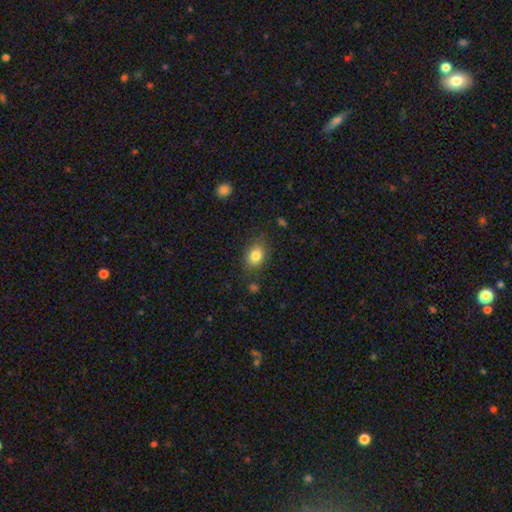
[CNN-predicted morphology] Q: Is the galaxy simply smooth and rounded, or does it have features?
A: smooth — 83%.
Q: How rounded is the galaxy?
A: in between — 66%.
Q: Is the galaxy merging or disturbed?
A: none — 79%.